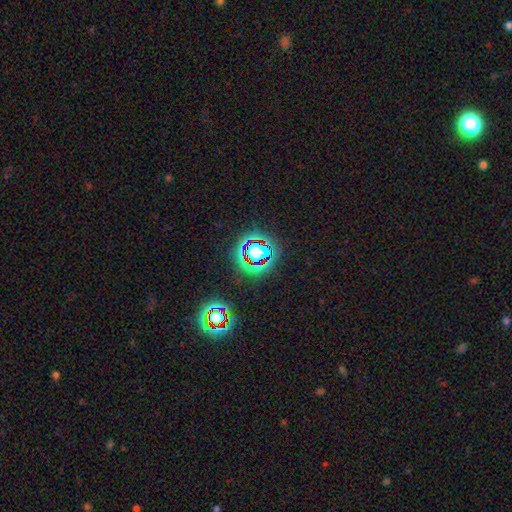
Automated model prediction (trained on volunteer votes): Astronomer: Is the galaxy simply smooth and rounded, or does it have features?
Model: star or artifact — 78%.